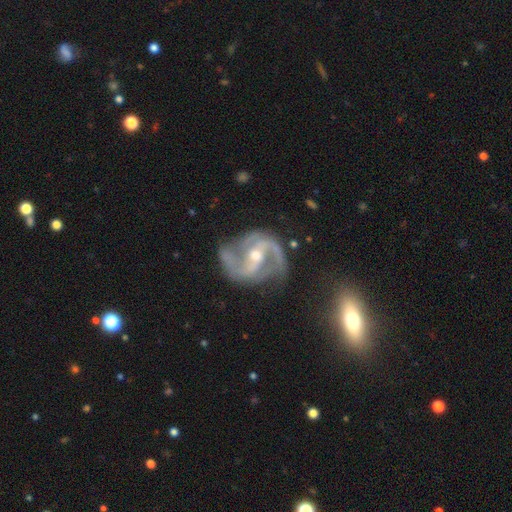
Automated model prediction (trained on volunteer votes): Morphology: type=featured or disk (91%); edge-on=no (98%); bar=strong (44%); spiral arms=yes (97%); winding=medium (58%); arm count=2 (85%); bulge=moderate (60%); merging=none (68%).